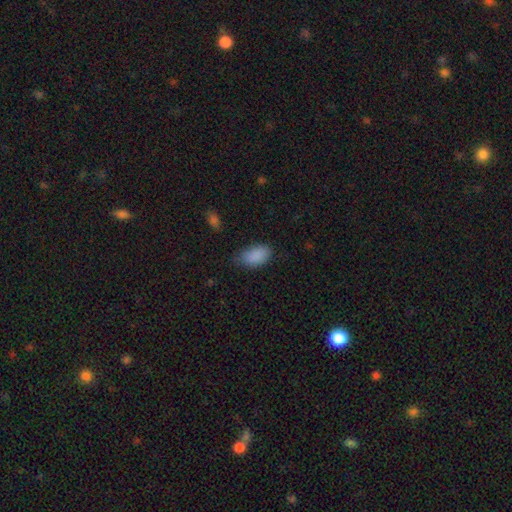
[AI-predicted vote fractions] smooth 88%, star or artifact 8%, featured or disk 4%. Down the decision tree: how rounded — in between (94%); merging — none (69%).